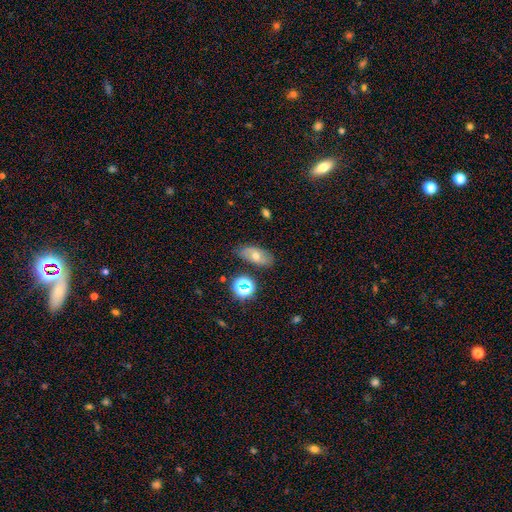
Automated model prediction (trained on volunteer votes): A smooth galaxy with no disk features (46%).

Vote fractions:
- Smooth or featured? smooth: 46% / featured or disk: 36% / star or artifact: 19%
- Merging? none: 78% / minor disturbance: 14% / major disturbance: 4% / merger: 4%